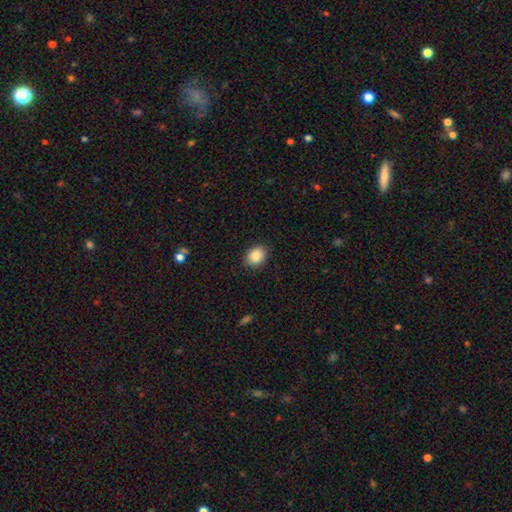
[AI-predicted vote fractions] The model was most divided on "how rounded": in between: 60%, round: 39%, cigar-shaped: 1%. More confident: merging — none (88%); smooth or featured — smooth (87%).